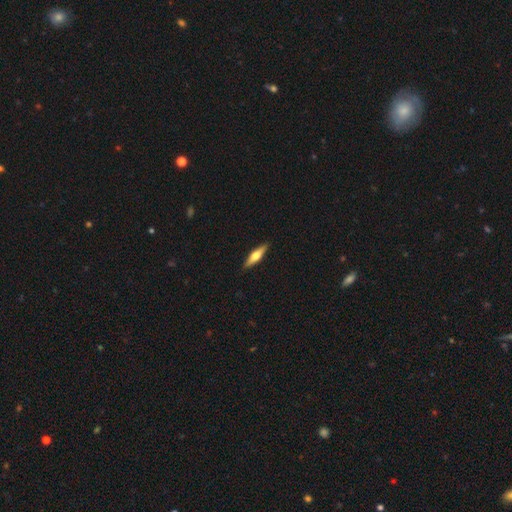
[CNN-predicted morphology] smooth 47% (tied), featured or disk 47% (tied), star or artifact 5%. Down the decision tree: merging — none (90%).